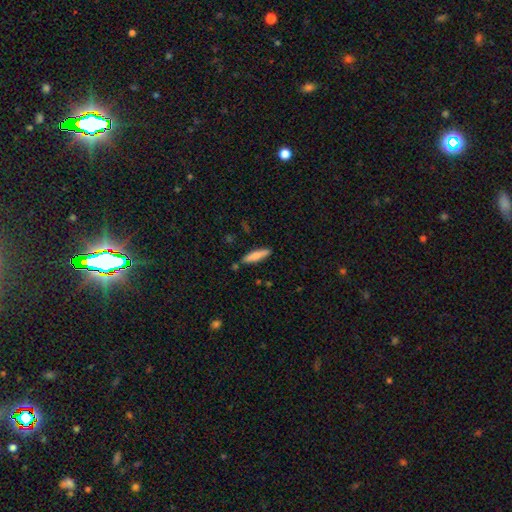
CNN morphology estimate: Smooth or featured? smooth (73%)
How rounded? cigar-shaped (79%)
Merging? none (83%)